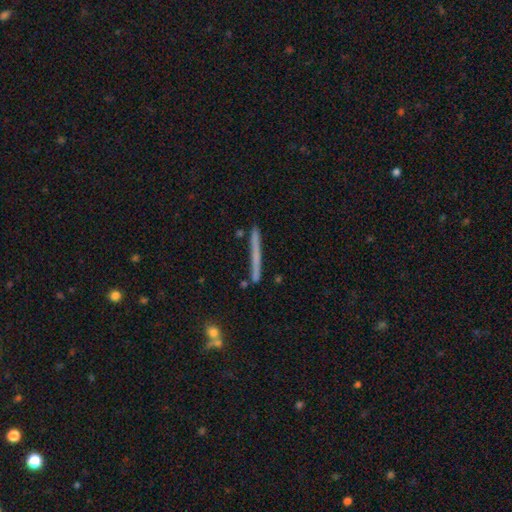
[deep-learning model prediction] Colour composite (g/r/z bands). It shows a smooth galaxy with no disk features (49%). Merging: none (88%).